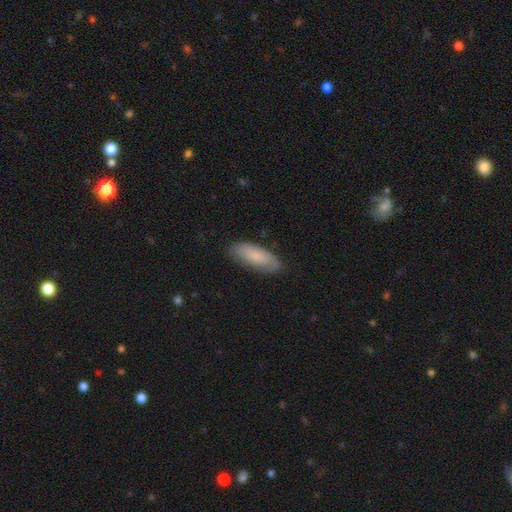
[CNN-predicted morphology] A smooth galaxy with no disk features (78%) that is in between round and cigar-shaped (69%). Merging: none (81%).